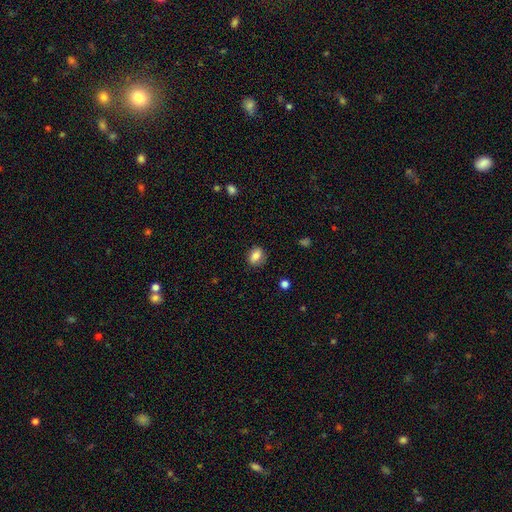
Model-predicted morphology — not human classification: This is clearly a smooth galaxy (82%). How rounded: likely in between (66%). Merging: clearly none (82%).